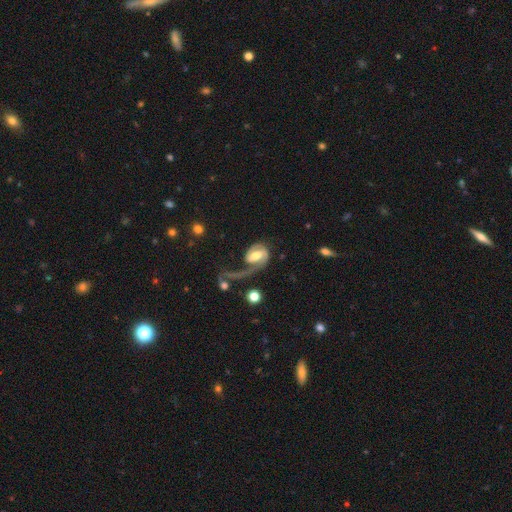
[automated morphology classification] A featured or disk galaxy (75%) with a weak bar (46%), 1 (55%) loose (41%) spiral arms (90%) and a moderate central bulge (60%).

Vote fractions:
- Smooth or featured? featured or disk: 75% / smooth: 19% / star or artifact: 6%
- Edge-on disk? no: 97% / yes: 3%
- Bar? weak: 46% / strong: 28% / no: 26%
- Spiral arms? yes: 90% / no: 10%
- Spiral winding? loose: 41% / medium: 37% / tight: 22%
- Spiral arm count? 1: 55% / 2: 36% / can't tell: 5% / 3: 1% / 4: 1% / more than 4: 1%
- Bulge size? moderate: 60% / small: 20% / large: 15% / none: 3% / dominant: 2%
- Merging? major disturbance: 47% / none: 28% / minor disturbance: 15% / merger: 10%